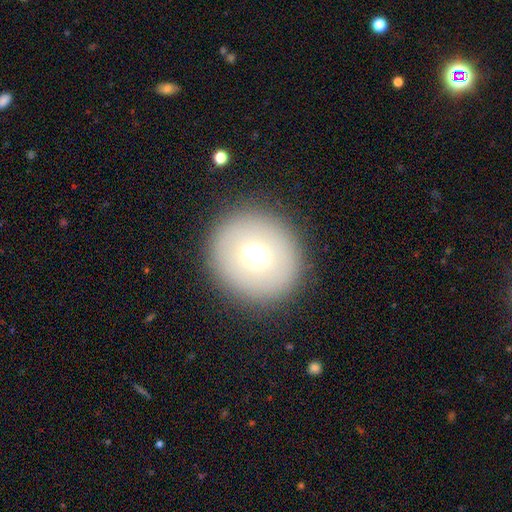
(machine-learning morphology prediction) Smooth or featured?
  - smooth: 68% *
  - featured or disk: 19%
  - star or artifact: 12%
How rounded?
  - round: 91% *
  - in between: 8%
  - cigar-shaped: 1%
Merging?
  - none: 90% *
  - minor disturbance: 6%
  - major disturbance: 3%
  - merger: 1%